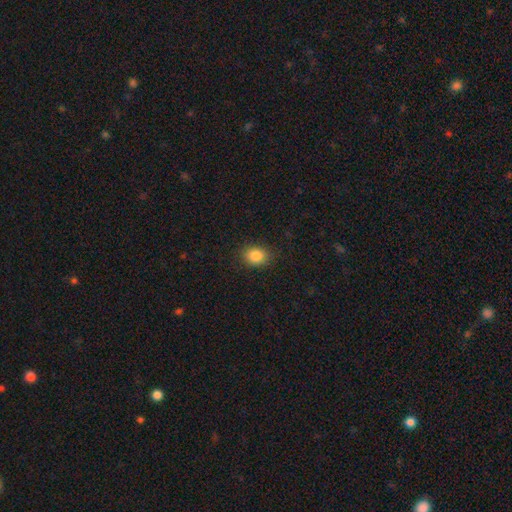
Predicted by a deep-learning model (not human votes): Overall: smooth (85%). How rounded: in between (53%; round 46%). Merging: none (87%).